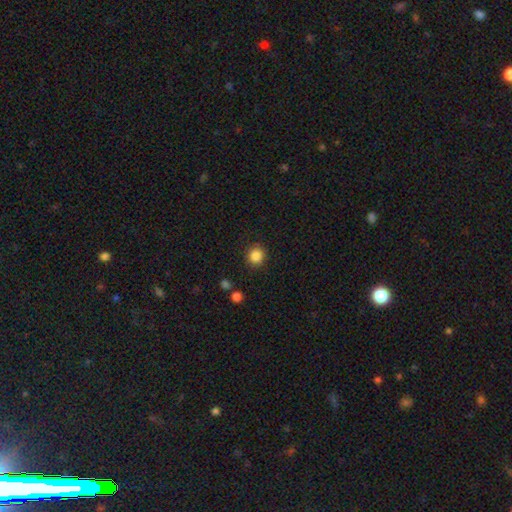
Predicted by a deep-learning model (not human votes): smooth 86%, star or artifact 11%, featured or disk 4%. Down the decision tree: how rounded — round (88%); merging — none (87%).